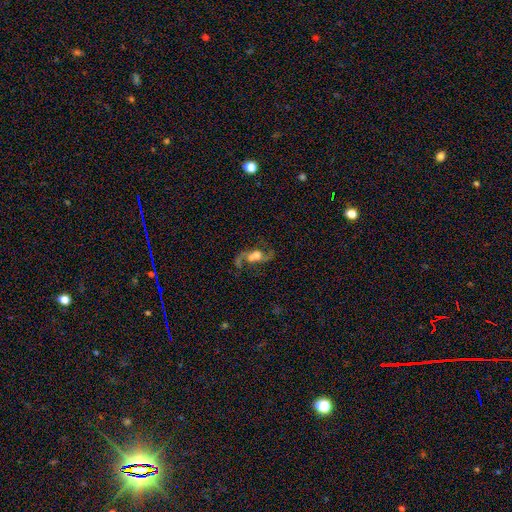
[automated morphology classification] Smooth or featured? featured or disk (82%)
Edge-on disk? no (93%)
Bar? no (51%)
Spiral arms? yes (93%)
Spiral winding? loose (71%)
Spiral arm count? 2 (92%)
Bulge size? moderate (50%)
Merging? none (63%)